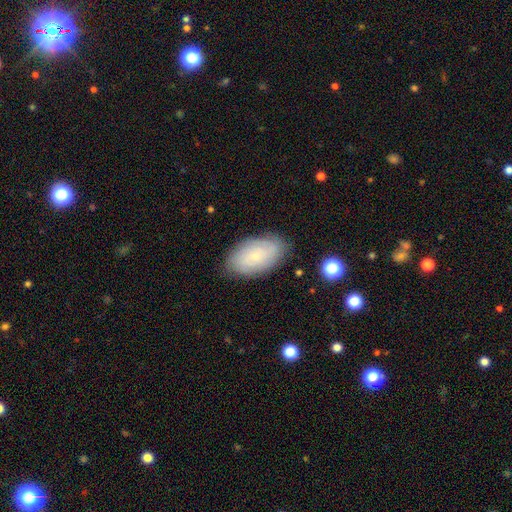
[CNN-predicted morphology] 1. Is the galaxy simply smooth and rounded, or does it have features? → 54% smooth, 38% featured or disk, 8% star or artifact.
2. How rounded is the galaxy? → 94% in between, 4% round, 2% cigar-shaped.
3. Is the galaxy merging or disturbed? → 81% none, 14% minor disturbance, 4% major disturbance, 1% merger.